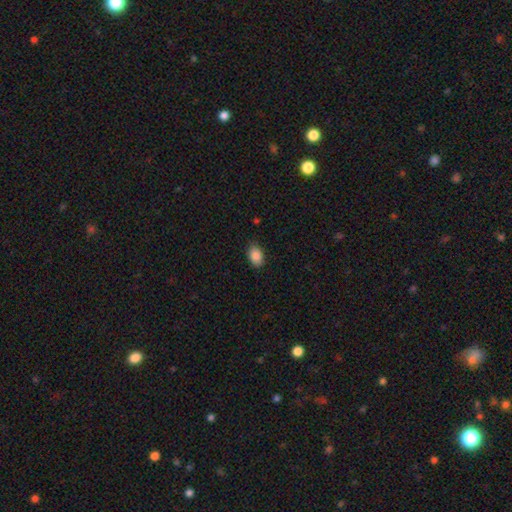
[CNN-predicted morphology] Smooth or featured: smooth — 88% (star or artifact — 8%)
How rounded: in between — 86% (round — 13%)
Merging: none — 85% (minor disturbance — 12%)